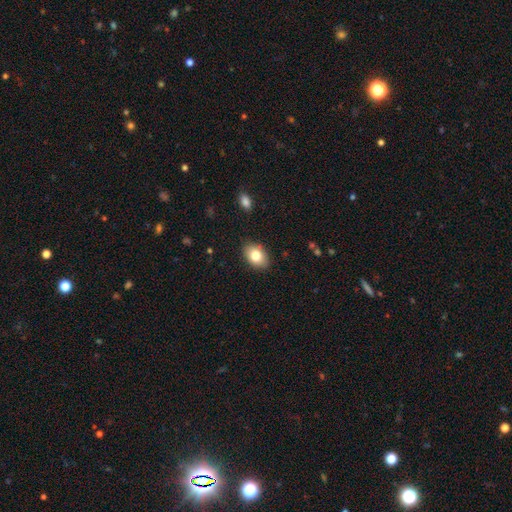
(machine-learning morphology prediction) Overall: smooth (80%). How rounded: in between (78%). Merging: none (86%).